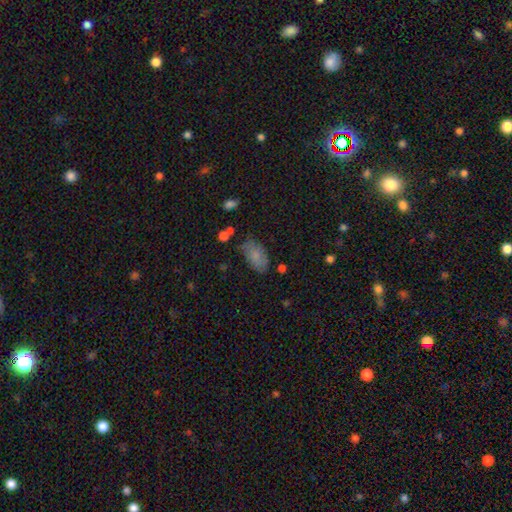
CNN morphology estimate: smooth 78%, featured or disk 14%, star or artifact 8%. Down the decision tree: how rounded — in between (93%); merging — none (67%).